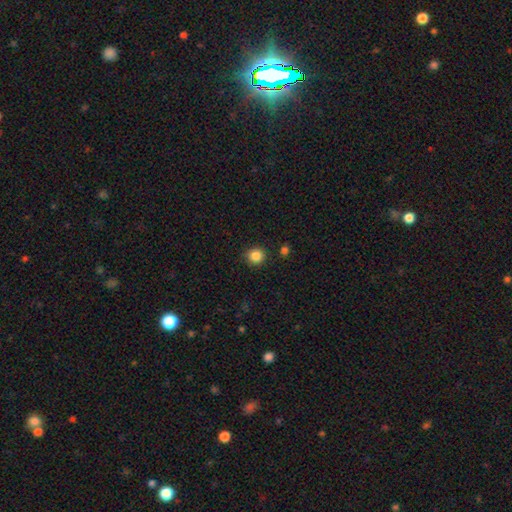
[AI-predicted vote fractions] Smooth or featured: smooth — 85% (star or artifact — 11%)
How rounded: round — 90% (in between — 9%)
Merging: none — 87% (minor disturbance — 8%)